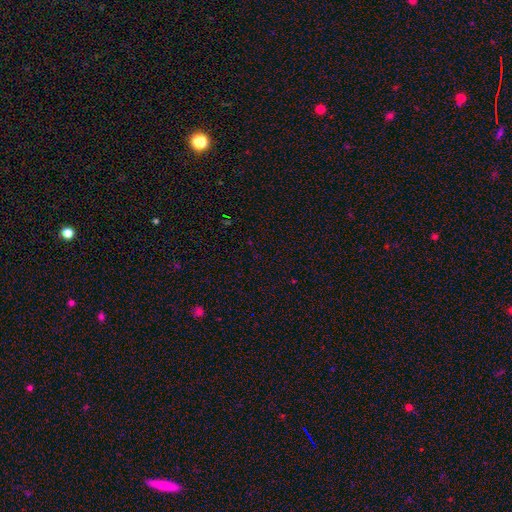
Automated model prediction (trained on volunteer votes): Smooth or featured? Predicted: star or artifact (p=0.68).